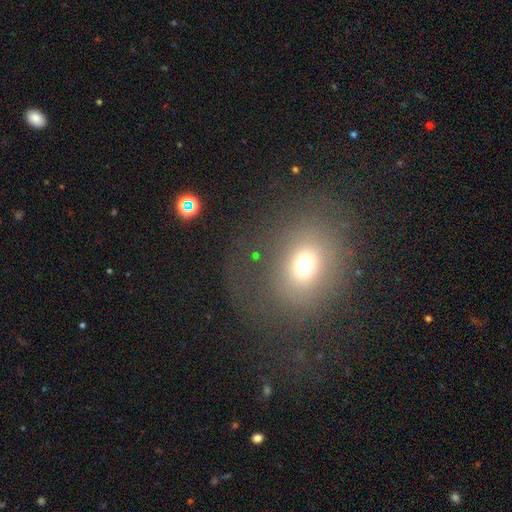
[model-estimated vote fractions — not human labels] A smooth galaxy with no disk features (64%) that is round (56%).

Vote fractions:
- Smooth or featured? smooth: 64% / star or artifact: 19% / featured or disk: 17%
- How rounded? round: 56% / in between: 42% / cigar-shaped: 2%
- Merging? none: 58% / major disturbance: 23% / minor disturbance: 15% / merger: 4%